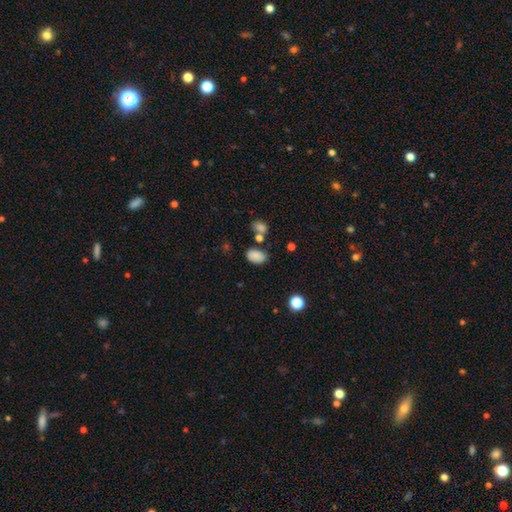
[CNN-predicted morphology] smooth_or_featured: smooth (p=0.84) [alt: star or artifact p=0.11]
how_rounded: in between (p=0.89) [alt: round p=0.09]
merging: none (p=0.67) [alt: minor disturbance p=0.18]